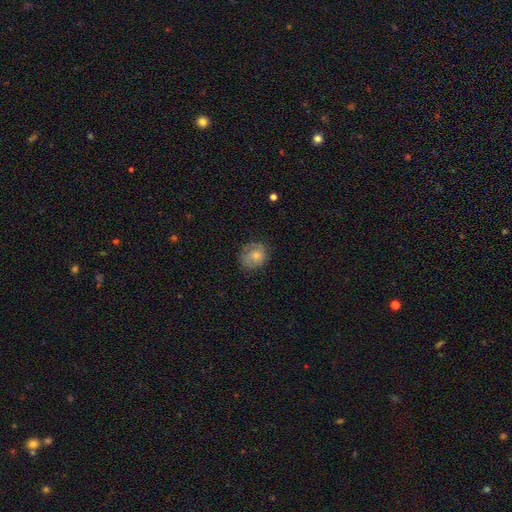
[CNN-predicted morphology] This is likely a smooth galaxy (64%). How rounded: likely round (68%). Merging: likely none (64%).